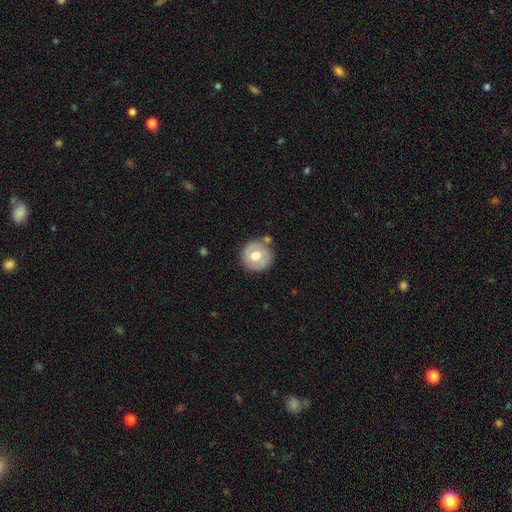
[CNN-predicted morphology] type=smooth (59%); roundness=round (94%); merging=none (80%).